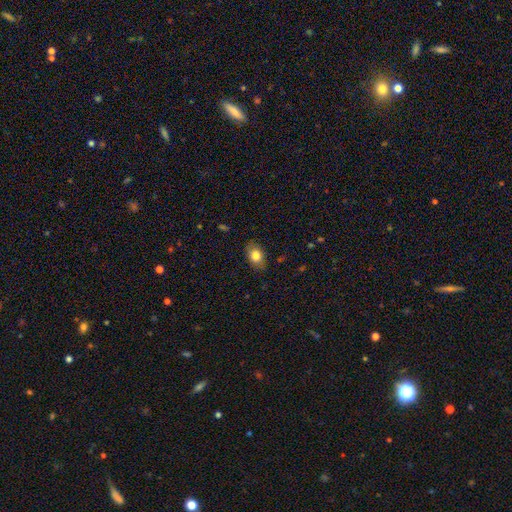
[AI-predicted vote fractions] The model was most divided on "how rounded": in between: 78%, round: 20%, cigar-shaped: 2%. More confident: merging — none (82%); smooth or featured — smooth (81%).